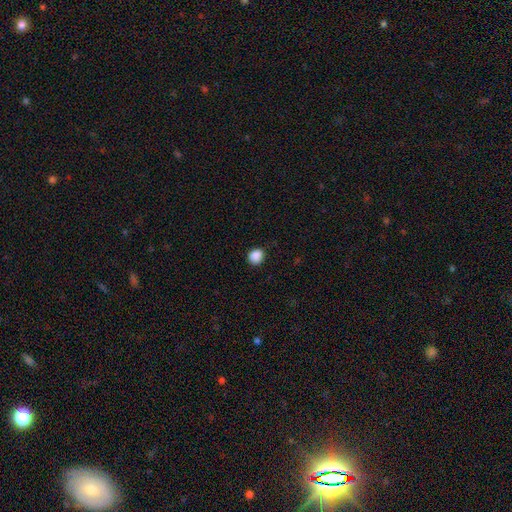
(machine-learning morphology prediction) Overall: smooth (89%). How rounded: round (77%). Merging: none (86%).